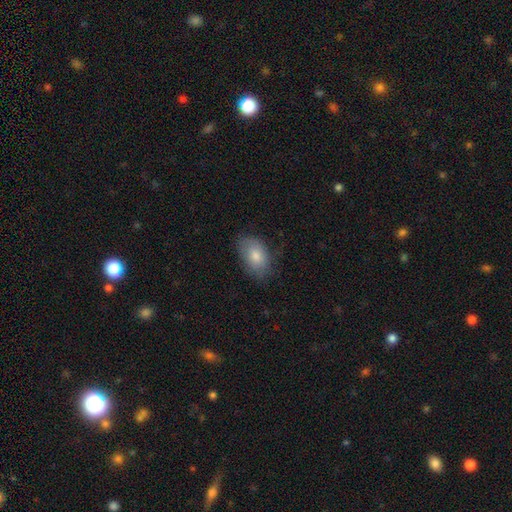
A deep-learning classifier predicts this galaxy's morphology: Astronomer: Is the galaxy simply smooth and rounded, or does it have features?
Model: smooth — 76%.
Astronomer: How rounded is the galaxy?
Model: in between — 88%.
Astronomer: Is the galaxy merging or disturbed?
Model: none — 72%.